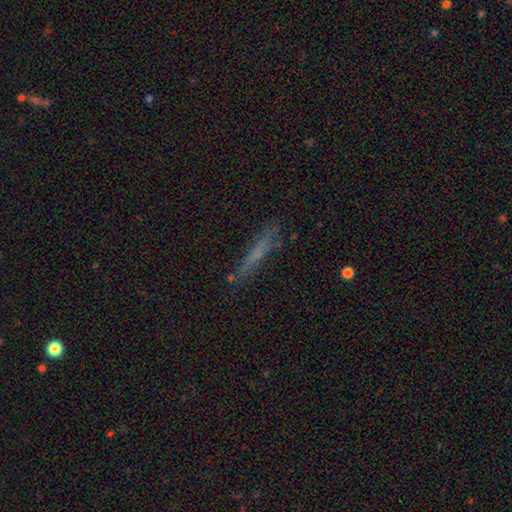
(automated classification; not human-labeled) A smooth galaxy with no disk features (53%) that is cigar-shaped (92%).

Vote fractions:
- Smooth or featured? smooth: 53% / featured or disk: 34% / star or artifact: 12%
- How rounded? cigar-shaped: 92% / in between: 5% / round: 2%
- Merging? none: 75% / minor disturbance: 17% / major disturbance: 5% / merger: 3%